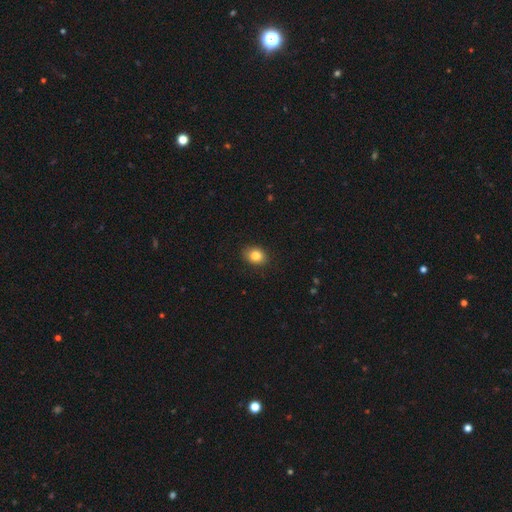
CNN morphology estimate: Smooth or featured? Predicted: smooth (p=0.83). How rounded? Predicted: in between (p=0.60). Merging? Predicted: none (p=0.88).